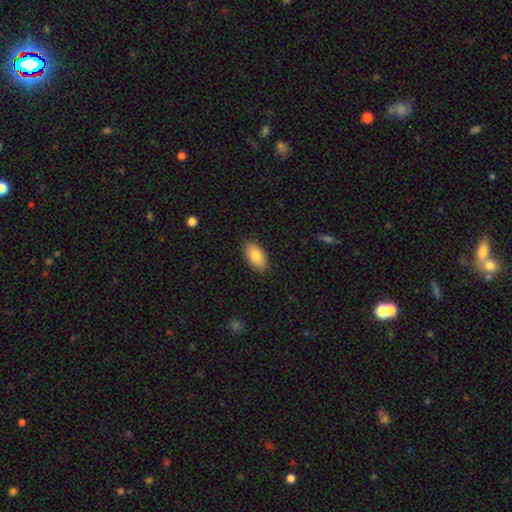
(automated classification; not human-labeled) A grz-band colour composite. It shows a smooth galaxy with no disk features (83%) that is in between round and cigar-shaped (93%). Merging: none (88%).